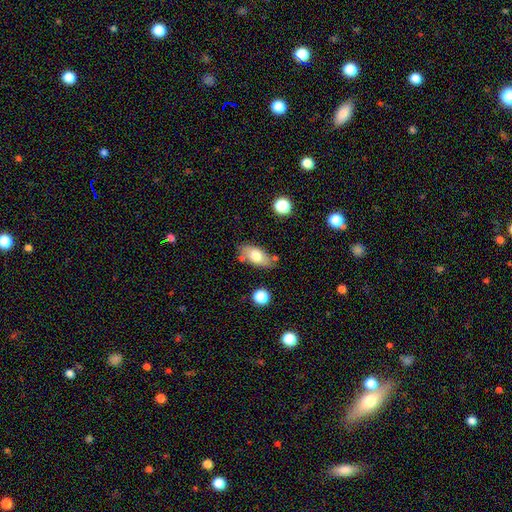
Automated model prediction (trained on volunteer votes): smooth_or_featured: smooth (p=0.73) [alt: featured or disk p=0.19]
how_rounded: in between (p=0.90) [alt: cigar-shaped p=0.05]
merging: none (p=0.74) [alt: minor disturbance p=0.16]